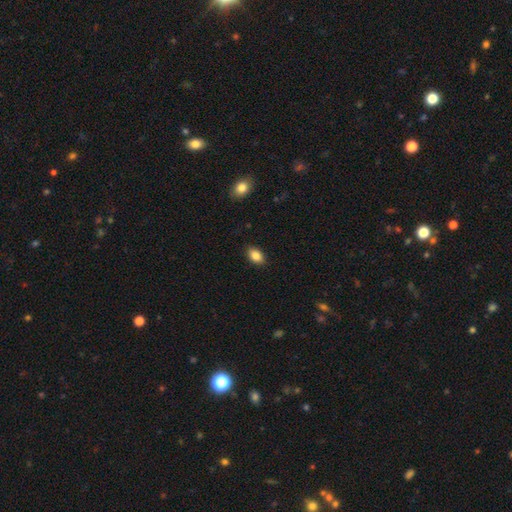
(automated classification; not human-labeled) Smooth or featured? smooth (85%)
How rounded? in between (88%)
Merging? none (88%)